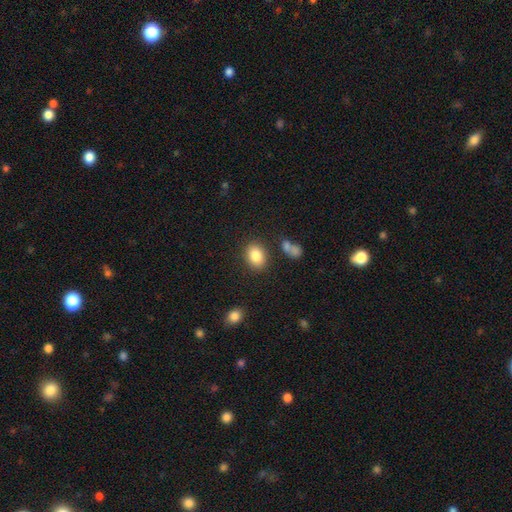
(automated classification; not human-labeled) This appears to be a smooth galaxy with no disk features (84%) that is in between round and cigar-shaped (67%). Merging: none (82%).